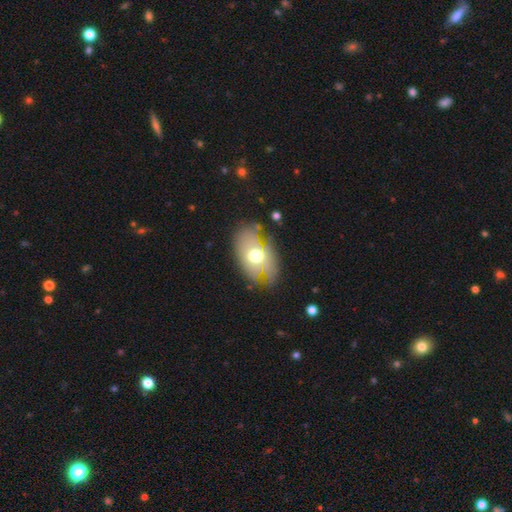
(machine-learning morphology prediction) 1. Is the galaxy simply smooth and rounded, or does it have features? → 51% smooth, 37% featured or disk, 12% star or artifact.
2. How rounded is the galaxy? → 81% in between, 17% round, 2% cigar-shaped.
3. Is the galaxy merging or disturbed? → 64% none, 22% minor disturbance, 11% major disturbance, 3% merger.